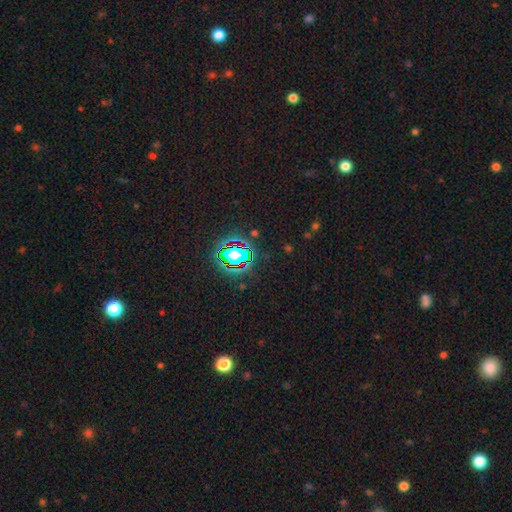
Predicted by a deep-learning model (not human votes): The model was most divided on "smooth or featured": star or artifact: 80%, smooth: 12%, featured or disk: 8%.